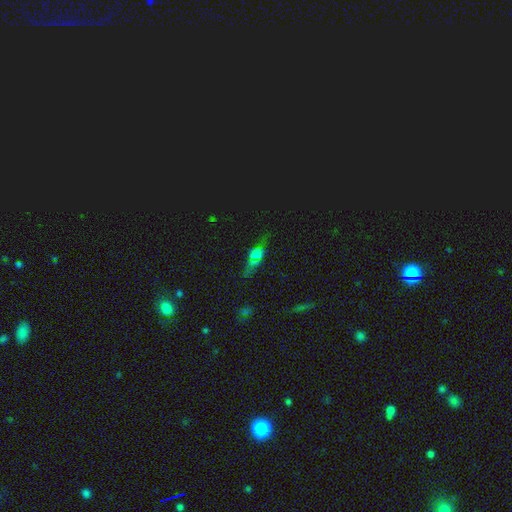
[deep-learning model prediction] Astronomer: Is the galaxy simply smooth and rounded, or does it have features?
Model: smooth — 46% (runner-up: star or artifact, 34%).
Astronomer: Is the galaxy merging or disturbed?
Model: none — 69%.